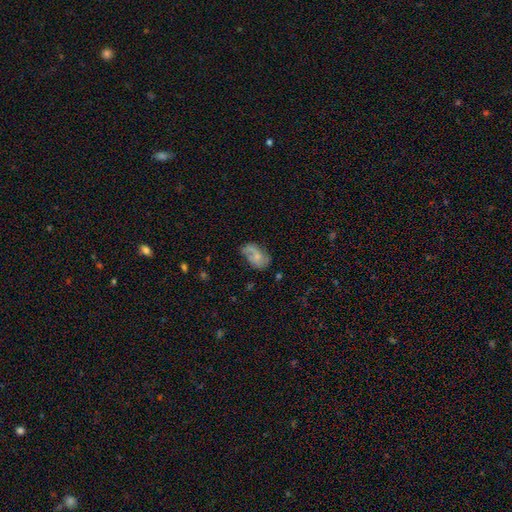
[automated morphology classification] smooth_or_featured: featured or disk (p=0.48) [alt: smooth p=0.43]
merging: none (p=0.44) [alt: minor disturbance p=0.30]